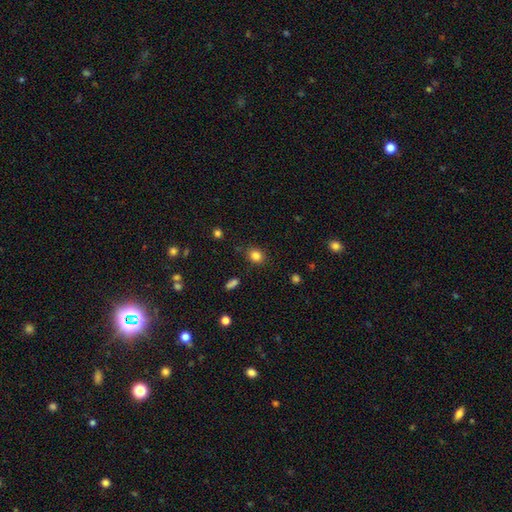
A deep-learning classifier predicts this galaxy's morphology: Smooth or featured?
  - smooth: 84% *
  - star or artifact: 12%
  - featured or disk: 5%
How rounded?
  - round: 60% *
  - in between: 39%
  - cigar-shaped: 1%
Merging?
  - none: 83% *
  - minor disturbance: 11%
  - major disturbance: 3%
  - merger: 2%